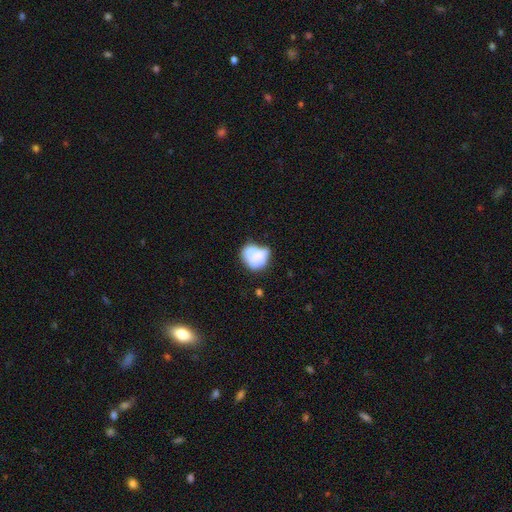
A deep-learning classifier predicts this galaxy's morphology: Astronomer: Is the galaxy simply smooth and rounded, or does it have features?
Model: smooth — 68%.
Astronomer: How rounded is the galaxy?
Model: in between — 50% (runner-up: round, 49%).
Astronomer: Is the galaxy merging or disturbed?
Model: none — 34% (runner-up: minor disturbance, 30%).